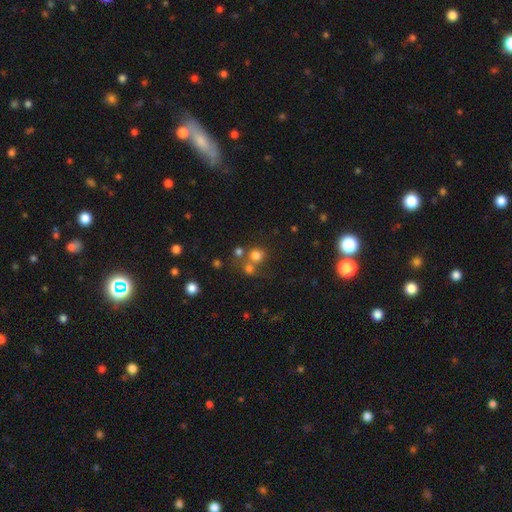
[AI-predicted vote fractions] Q: Smooth or featured?
A: smooth (73%); runner-up: star or artifact (18%)
Q: How rounded?
A: round (82%); runner-up: in between (17%)
Q: Merging?
A: none (52%); runner-up: merger (34%)